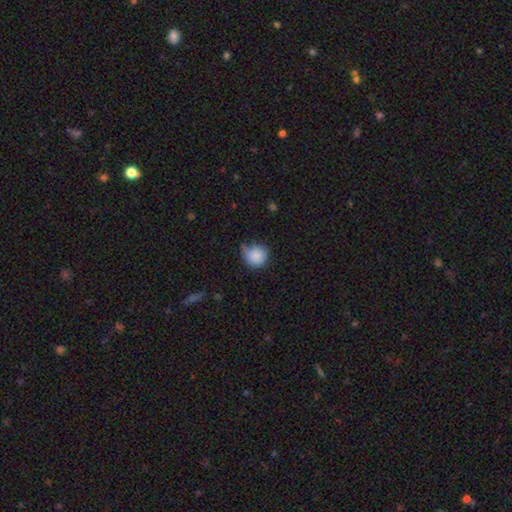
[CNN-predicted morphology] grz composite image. It shows a smooth galaxy with no disk features (85%) that is round (87%). Merging: none (43%).